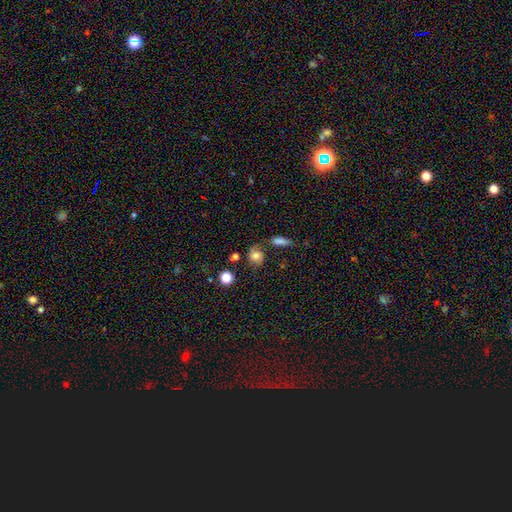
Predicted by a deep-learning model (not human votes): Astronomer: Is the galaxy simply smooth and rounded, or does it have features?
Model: smooth — 56% (runner-up: featured or disk, 32%).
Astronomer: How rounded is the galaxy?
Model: round — 69%.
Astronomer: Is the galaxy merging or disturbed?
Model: none — 56%.